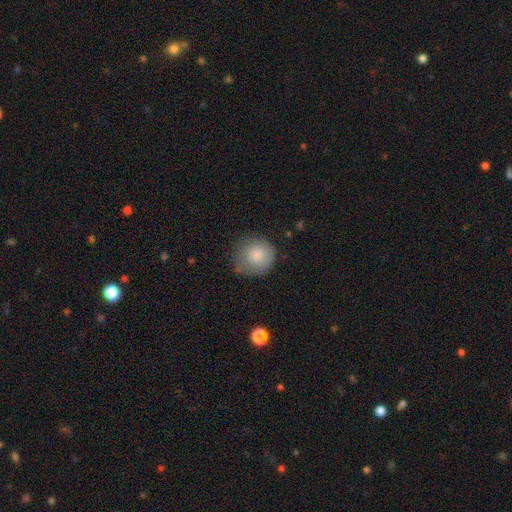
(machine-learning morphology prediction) Smooth or featured?
  - smooth: 83% *
  - featured or disk: 9%
  - star or artifact: 8%
How rounded?
  - round: 91% *
  - in between: 8%
  - cigar-shaped: 1%
Merging?
  - none: 67% *
  - minor disturbance: 24%
  - major disturbance: 7%
  - merger: 2%